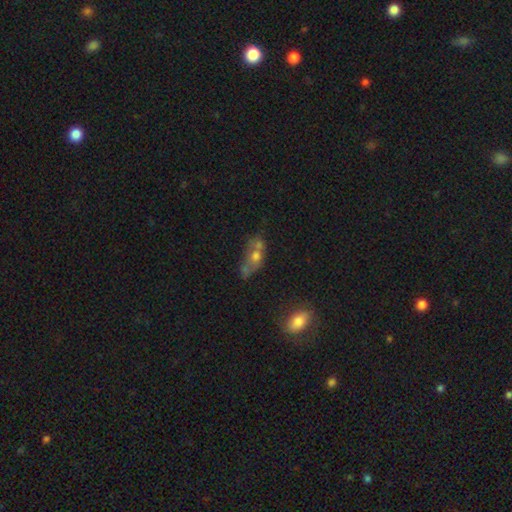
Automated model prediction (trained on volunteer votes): smooth-or-featured: smooth: 48% | featured or disk: 39% | star or artifact: 13%
  merging: merger: 38% | none: 31% | minor disturbance: 17% | major disturbance: 13%